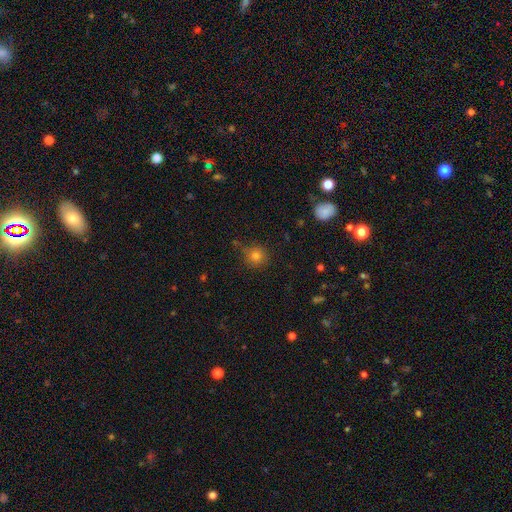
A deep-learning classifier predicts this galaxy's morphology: This appears to be a smooth galaxy with no disk features (78%) that is round (92%). Merging: none (80%).